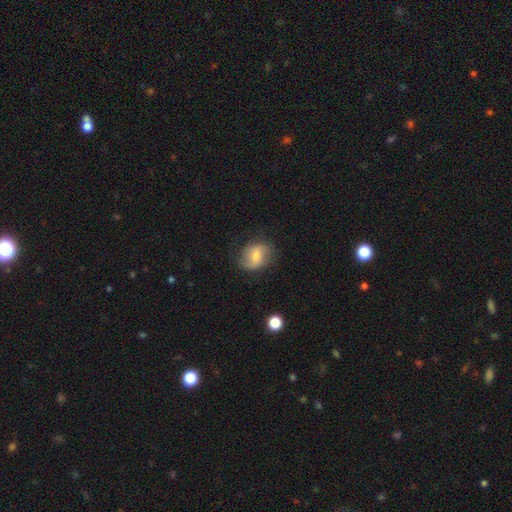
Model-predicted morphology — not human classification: Smooth or featured? Predicted: featured or disk (p=0.52). Edge-on disk? Predicted: no (p=0.97). Bar? Predicted: weak (p=0.50). Spiral arms? Predicted: yes (p=0.88). Bulge size? Predicted: moderate (p=0.45). Merging? Predicted: none (p=0.73).